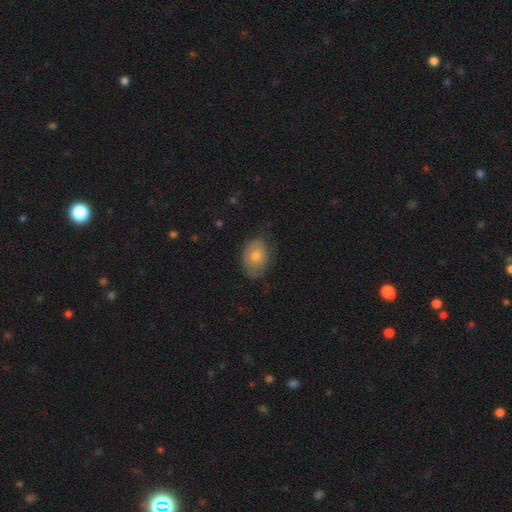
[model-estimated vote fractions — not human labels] This is likely a smooth galaxy (67%). How rounded: likely in between (70%). Merging: likely none (72%).